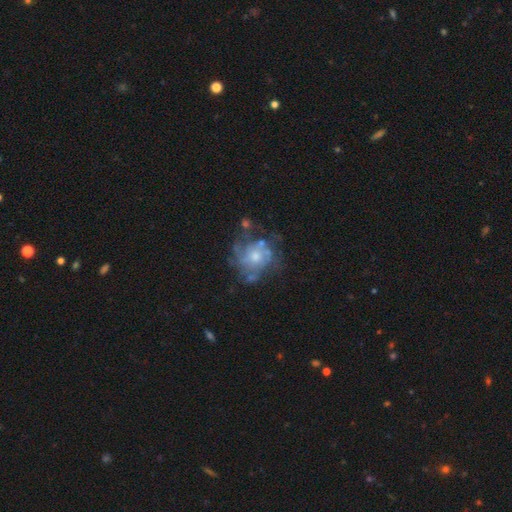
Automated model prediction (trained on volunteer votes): This appears to be a featured or disk galaxy (70%) with no bar (83%), spiral arms (63%) and a moderate central bulge (55%). Merging: none (51%).